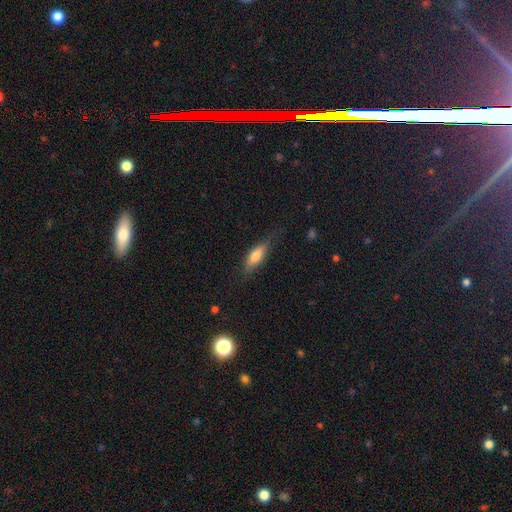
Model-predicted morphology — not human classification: Smooth or featured? smooth (70%)
How rounded? in between (58%)
Merging? none (71%)